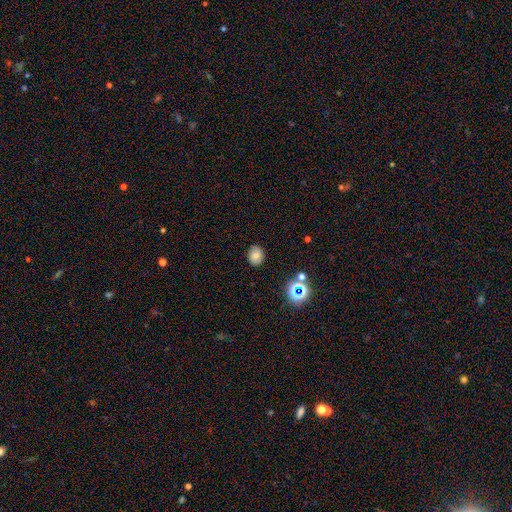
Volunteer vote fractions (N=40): Q: Smooth or featured?
A: smooth (80%); runner-up: featured or disk (10%)
Q: How rounded?
A: round (66%); runner-up: in between (34%)
Q: Merging?
A: none (86%); runner-up: minor disturbance (11%)